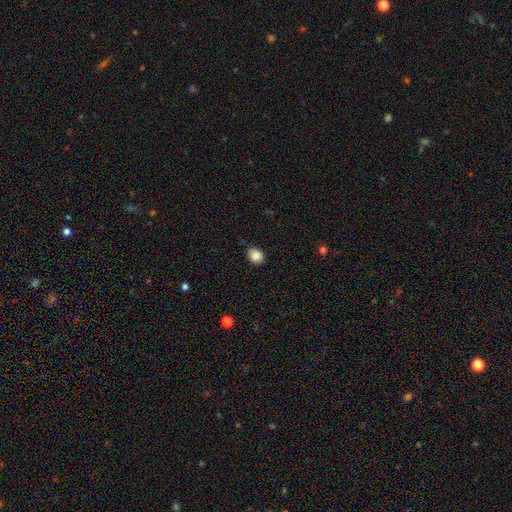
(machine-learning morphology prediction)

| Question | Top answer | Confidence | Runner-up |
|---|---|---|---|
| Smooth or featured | smooth | 87% | star or artifact (9%) |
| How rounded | round | 51% | in between (48%) |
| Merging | none | 79% | minor disturbance (17%) |